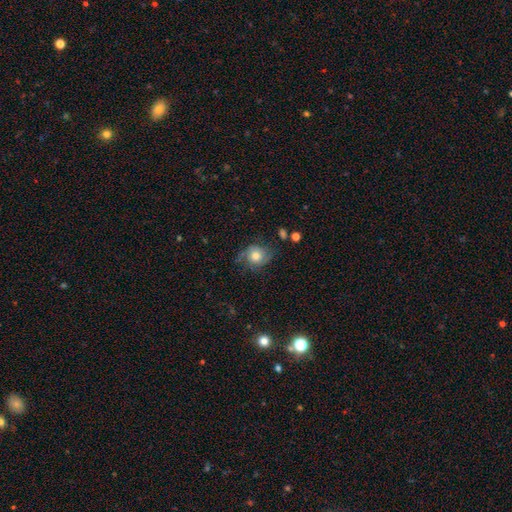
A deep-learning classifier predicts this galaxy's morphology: A smooth galaxy with no disk features (52%) that is round (74%).

Vote fractions:
- Smooth or featured? smooth: 52% / featured or disk: 38% / star or artifact: 10%
- How rounded? round: 74% / in between: 24% / cigar-shaped: 1%
- Merging? none: 59% / minor disturbance: 25% / major disturbance: 13% / merger: 2%